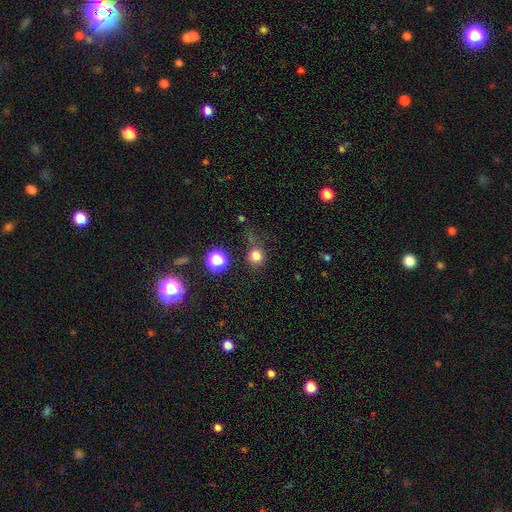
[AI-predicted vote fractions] smooth-or-featured: smooth: 78% | star or artifact: 17% | featured or disk: 6%
  how-rounded: round: 88% | in between: 11% | cigar-shaped: 1%
  merging: none: 70% | minor disturbance: 16% | major disturbance: 7% | merger: 6%